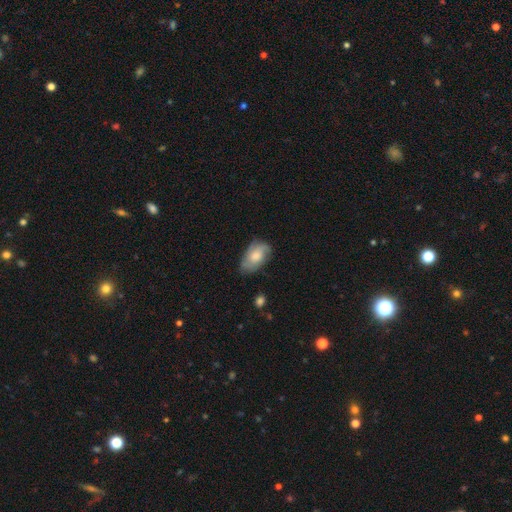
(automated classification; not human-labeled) Morphology: type=smooth (54%); roundness=in between (91%); merging=none (62%).